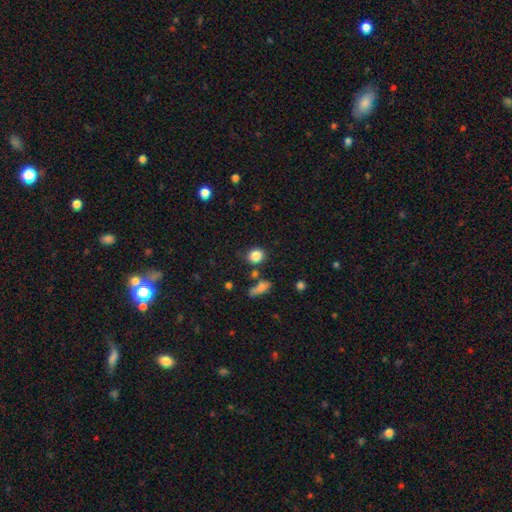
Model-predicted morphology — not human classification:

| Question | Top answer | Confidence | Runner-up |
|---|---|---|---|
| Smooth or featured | smooth | 85% | star or artifact (10%) |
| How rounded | round | 77% | in between (21%) |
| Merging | none | 79% | minor disturbance (11%) |